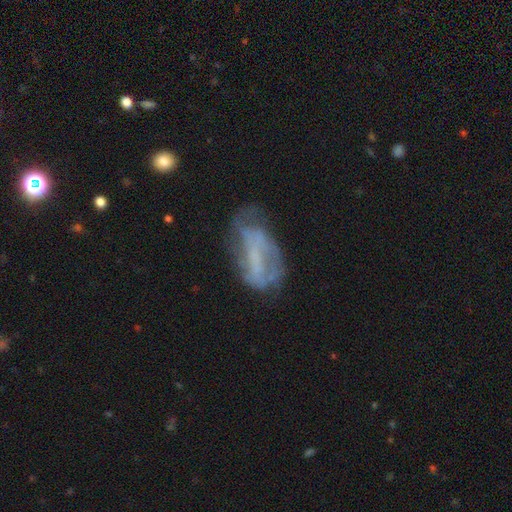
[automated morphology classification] Q: Smooth or featured?
A: featured or disk (56%); runner-up: smooth (32%)
Q: Edge-on disk?
A: no (92%); runner-up: yes (8%)
Q: Bar?
A: no (48%); runner-up: weak (30%)
Q: Spiral arms?
A: no (59%); runner-up: yes (41%)
Q: Bulge size?
A: none (59%); runner-up: small (26%)
Q: Merging?
A: none (39%); runner-up: minor disturbance (30%)